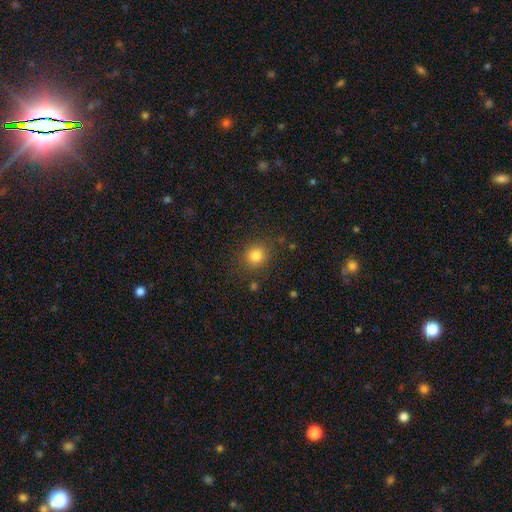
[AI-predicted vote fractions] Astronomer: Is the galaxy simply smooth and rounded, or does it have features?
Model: smooth — 82%.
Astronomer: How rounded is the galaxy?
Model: round — 87%.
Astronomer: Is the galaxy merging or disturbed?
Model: none — 85%.